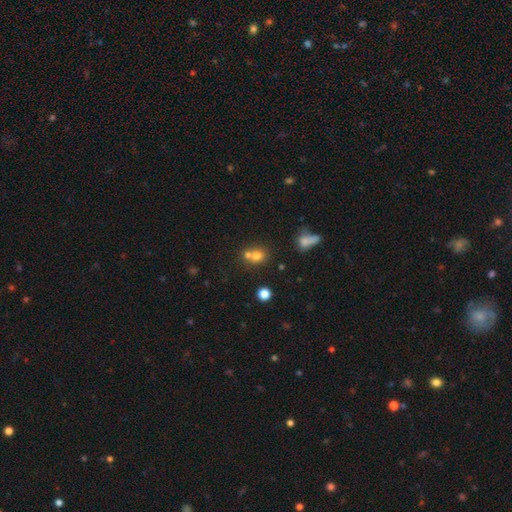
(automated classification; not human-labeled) Smooth or featured: smooth — 71% (star or artifact — 15%)
How rounded: round — 72% (in between — 27%)
Merging: merger — 49% (none — 40%)